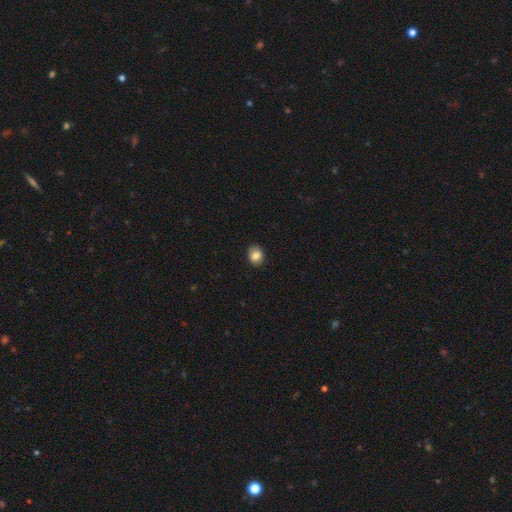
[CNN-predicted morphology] smooth 84%, star or artifact 9%, featured or disk 7%. Down the decision tree: how rounded — round (56%); merging — none (88%).